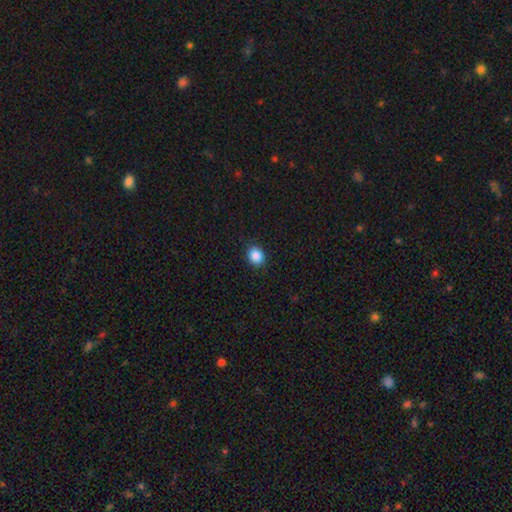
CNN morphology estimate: This is clearly a smooth galaxy (87%). How rounded: possibly round (58%). Merging: clearly none (89%).